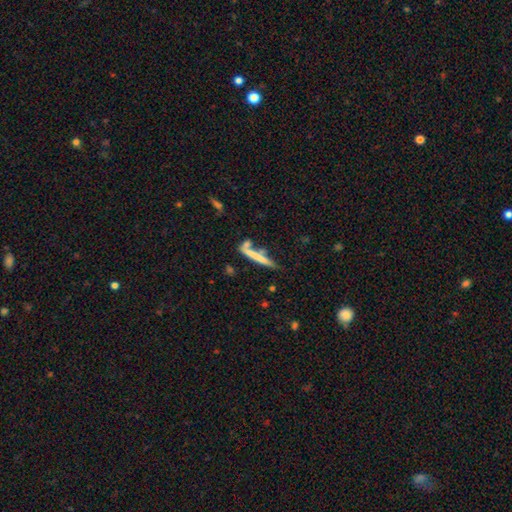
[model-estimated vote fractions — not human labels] Smooth or featured: smooth — 60% (featured or disk — 32%)
How rounded: cigar-shaped — 92% (in between — 6%)
Merging: none — 54% (merger — 24%)